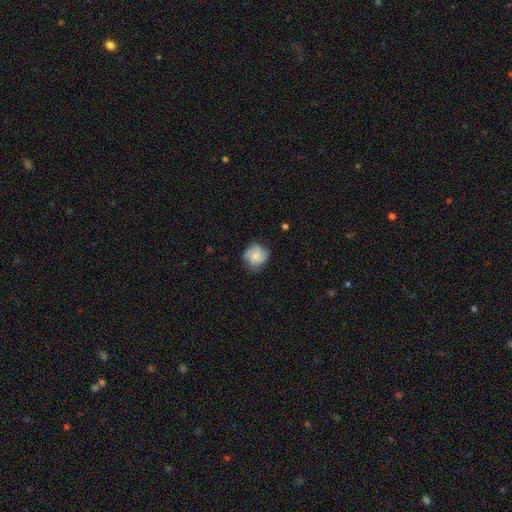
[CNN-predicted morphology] Smooth or featured?
  - smooth: 66% *
  - featured or disk: 26%
  - star or artifact: 8%
How rounded?
  - round: 86% *
  - in between: 13%
  - cigar-shaped: 1%
Merging?
  - none: 71% *
  - minor disturbance: 23%
  - major disturbance: 5%
  - merger: 1%